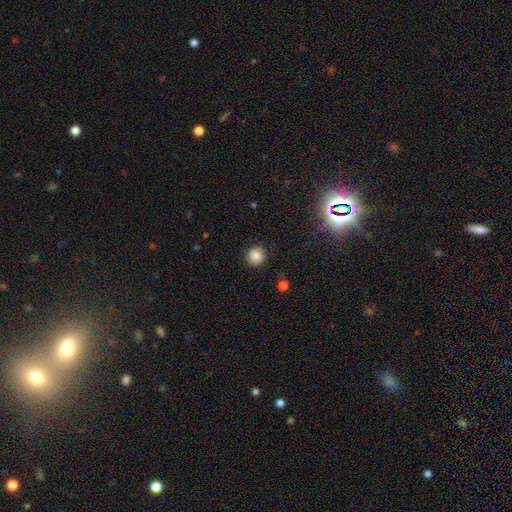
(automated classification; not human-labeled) The model was most divided on "smooth or featured": smooth: 83%, star or artifact: 11%, featured or disk: 6%. More confident: how rounded — round (92%); merging — none (87%).